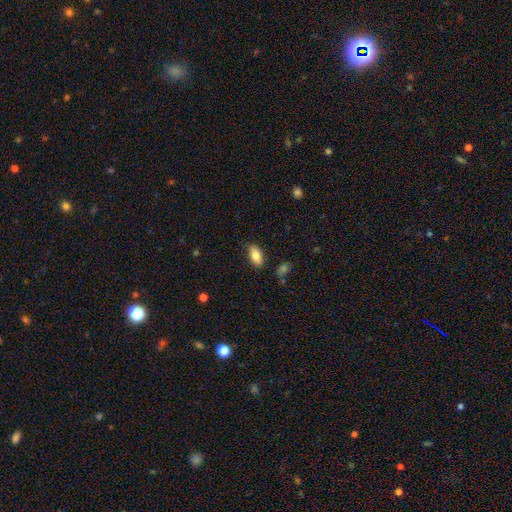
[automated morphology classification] This appears to be a smooth galaxy with no disk features (84%) that is in between round and cigar-shaped (92%). Merging: none (84%).